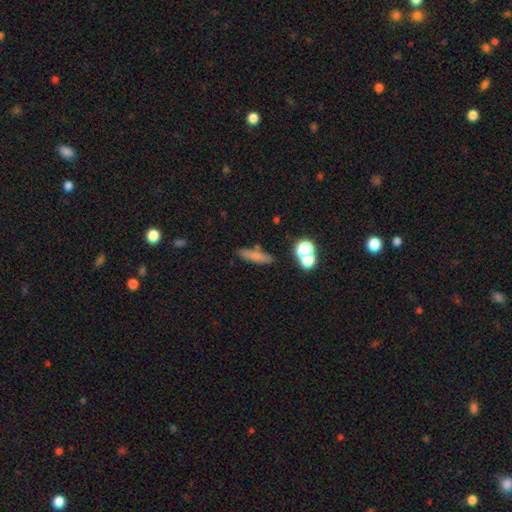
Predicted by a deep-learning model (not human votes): Smooth or featured? smooth (73%)
How rounded? cigar-shaped (70%)
Merging? none (76%)